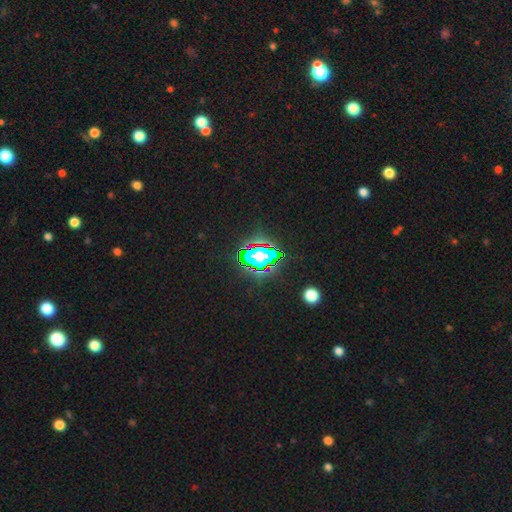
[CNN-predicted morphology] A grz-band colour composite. It shows a star or artifact, not a galaxy (79%).